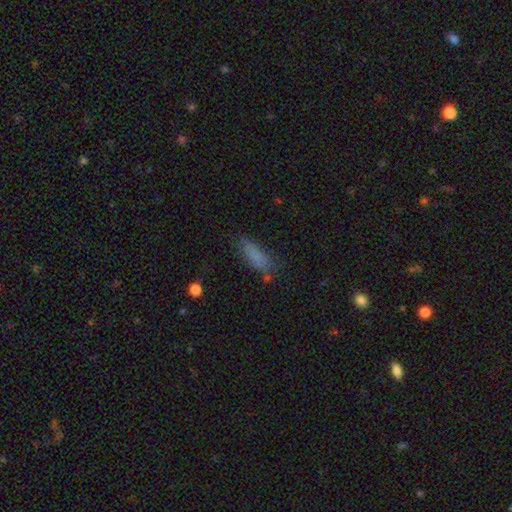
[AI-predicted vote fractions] Morphology: type=smooth (80%); roundness=in between (52%); merging=none (63%).